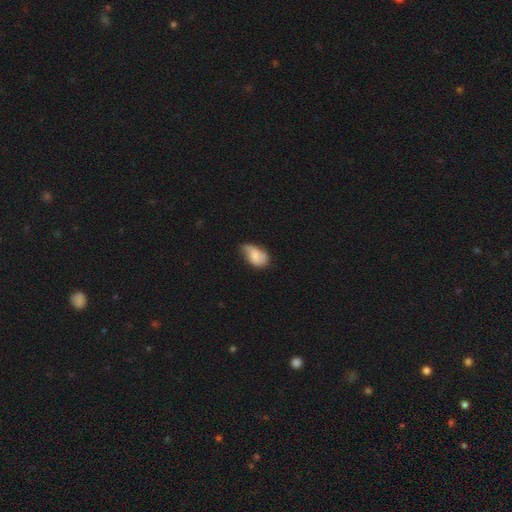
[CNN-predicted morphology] A smooth galaxy with no disk features (64%) that is in between round and cigar-shaped (89%). Merging: minor disturbance (43%).